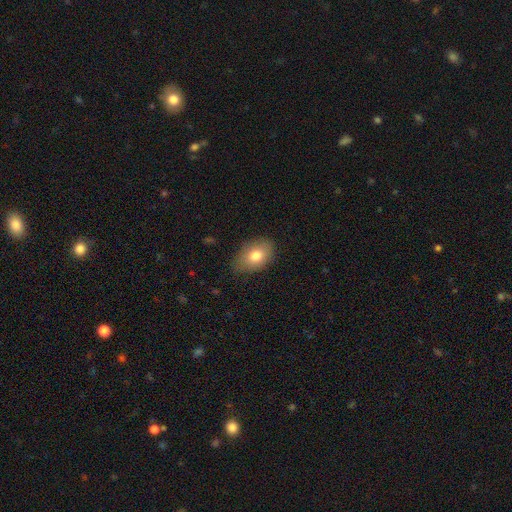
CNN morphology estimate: type=smooth (79%); roundness=in between (85%); merging=none (77%).